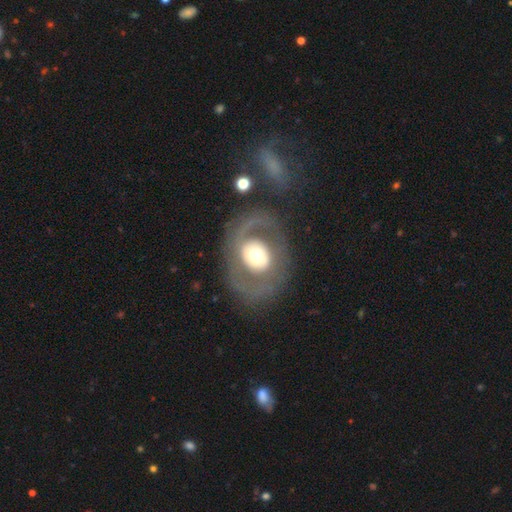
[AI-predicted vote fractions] Smooth or featured?
  - featured or disk: 64% *
  - smooth: 29%
  - star or artifact: 8%
Edge-on disk?
  - no: 95% *
  - yes: 5%
Bar?
  - no: 69% *
  - weak: 20%
  - strong: 11%
Spiral arms?
  - no: 54% *
  - yes: 46%
Bulge size?
  - moderate: 48% *
  - large: 37%
  - dominant: 9%
  - small: 5%
  - none: 1%
Merging?
  - none: 72% *
  - major disturbance: 14%
  - minor disturbance: 12%
  - merger: 2%